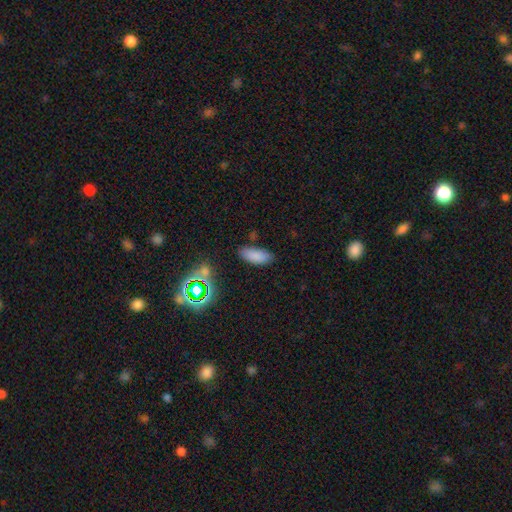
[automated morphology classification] A smooth galaxy with no disk features (81%) that is in between round and cigar-shaped (83%). Merging: none (80%).